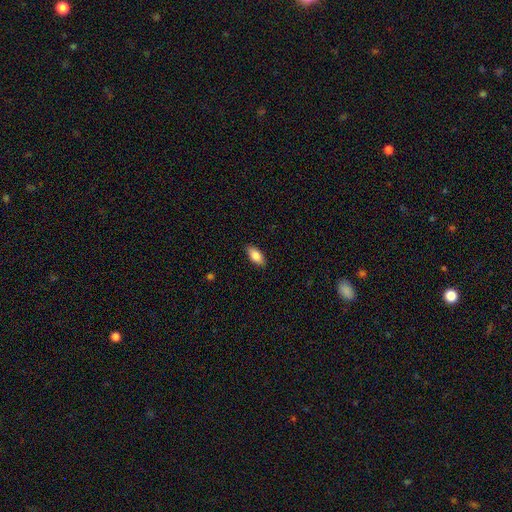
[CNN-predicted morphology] This appears to be a smooth galaxy with no disk features (84%) that is in between round and cigar-shaped (89%). Merging: none (88%).